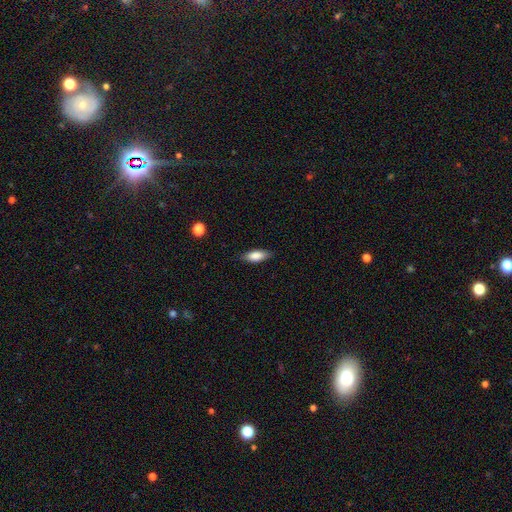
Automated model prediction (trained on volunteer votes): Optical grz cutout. It shows a smooth galaxy with no disk features (83%) that is in between round and cigar-shaped (75%). Merging: none (83%).